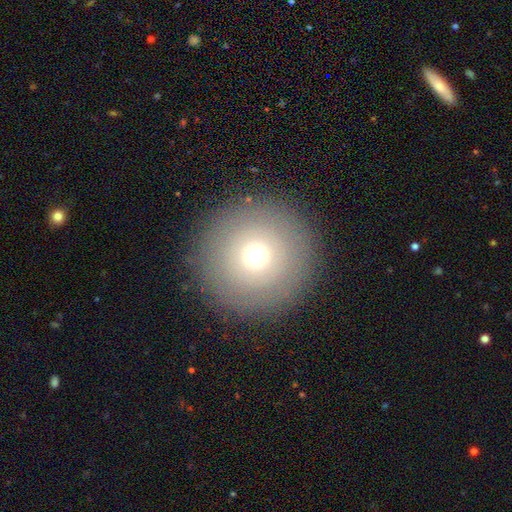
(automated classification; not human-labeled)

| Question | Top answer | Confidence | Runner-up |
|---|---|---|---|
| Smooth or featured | smooth | 68% | featured or disk (18%) |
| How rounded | round | 97% | in between (2%) |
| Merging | none | 90% | minor disturbance (6%) |